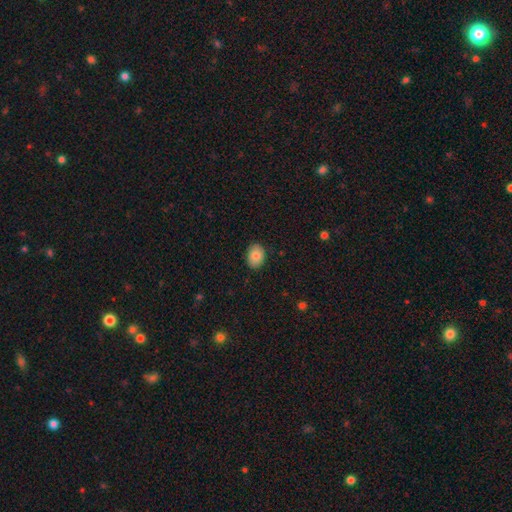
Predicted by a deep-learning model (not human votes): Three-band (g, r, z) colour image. It shows a smooth galaxy with no disk features (86%) that is in between round and cigar-shaped (76%). Merging: none (88%).